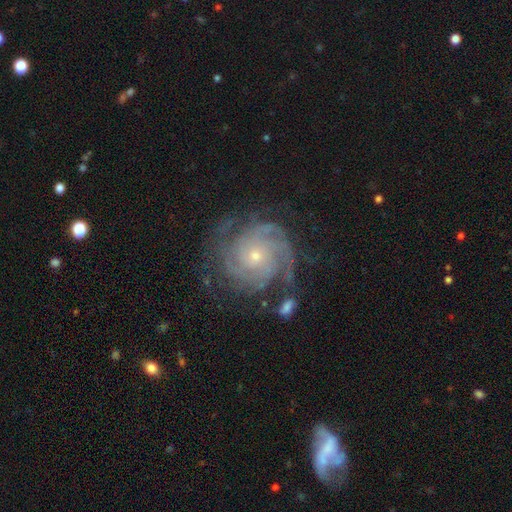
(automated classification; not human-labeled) smooth-or-featured: featured or disk: 87% | smooth: 7% | star or artifact: 6%
  disk-edge-on: no: 98% | yes: 2%
    bar: no: 80% | weak: 16% | strong: 4%
    has-spiral-arms: yes: 97% | no: 3%
      spiral-winding: tight: 72% | medium: 24% | loose: 4%
      spiral-arm-count: 4: 27% | 3: 24% | can't tell: 22% | 2: 12% | more than 4: 9% | 1: 6%
    bulge-size: small: 69% | moderate: 28% | large: 1% | none: 1% | dominant: 1%
  merging: none: 71% | minor disturbance: 17% | major disturbance: 9% | merger: 3%